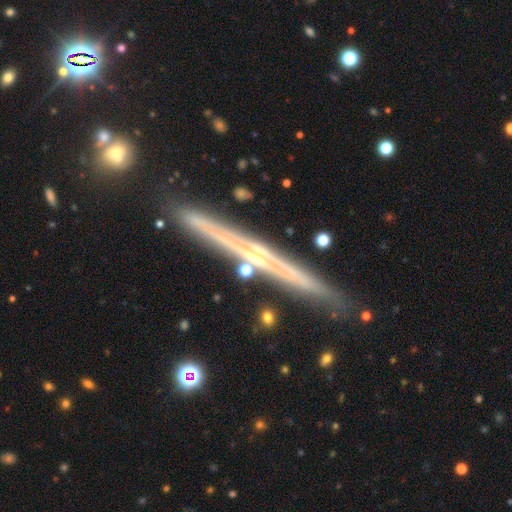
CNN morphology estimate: Overall: featured or disk (69%). Edge-on disk: yes (97%). Edge-on bulge: none (70%). Merging: none (87%).